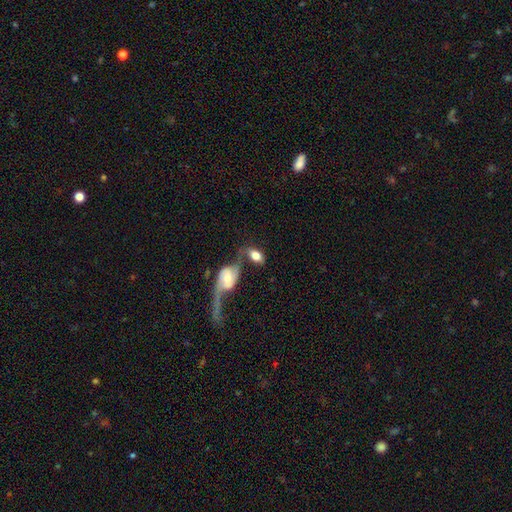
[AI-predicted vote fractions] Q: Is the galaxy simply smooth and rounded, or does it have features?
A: smooth — 66%.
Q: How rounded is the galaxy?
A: in between — 88%.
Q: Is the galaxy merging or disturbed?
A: merger — 45%.